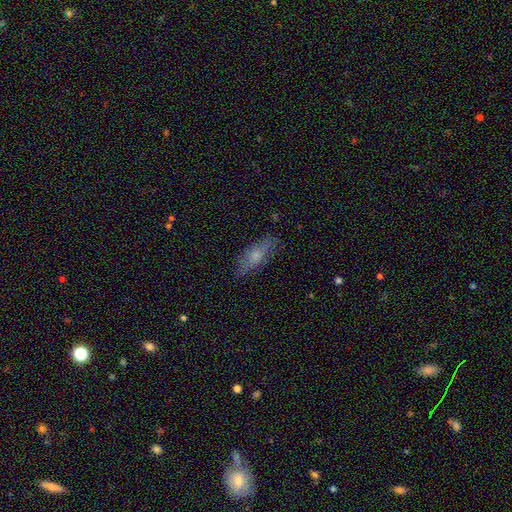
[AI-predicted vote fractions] Smooth or featured?
  - smooth: 54% *
  - featured or disk: 38%
  - star or artifact: 8%
How rounded?
  - in between: 54% *
  - cigar-shaped: 43%
  - round: 3%
Merging?
  - none: 82% *
  - minor disturbance: 14%
  - major disturbance: 3%
  - merger: 1%